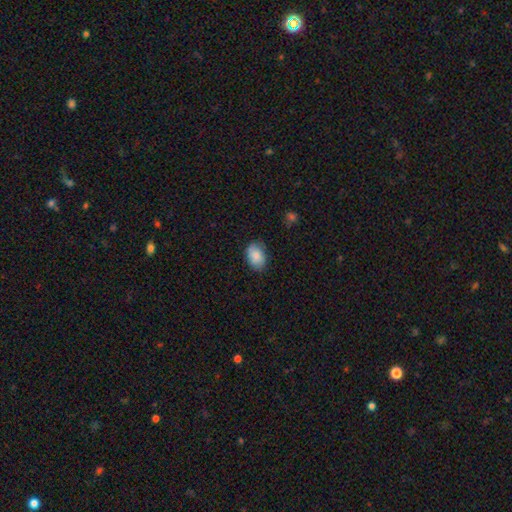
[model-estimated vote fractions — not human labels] smooth-or-featured: smooth: 85% | featured or disk: 8% | star or artifact: 7%
  how-rounded: in between: 84% | round: 14% | cigar-shaped: 1%
  merging: none: 76% | minor disturbance: 19% | major disturbance: 4% | merger: 1%